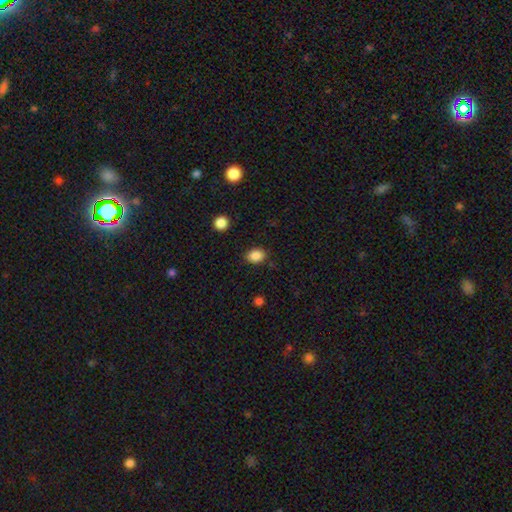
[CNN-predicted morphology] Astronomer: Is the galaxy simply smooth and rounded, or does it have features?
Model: smooth — 87%.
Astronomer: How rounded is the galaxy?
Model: in between — 64%.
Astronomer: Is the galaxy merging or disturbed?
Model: none — 85%.